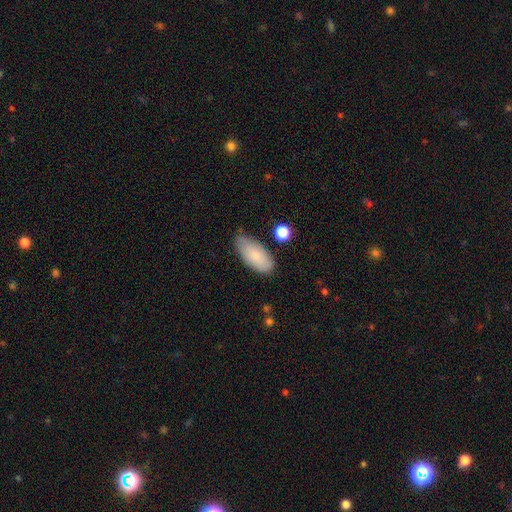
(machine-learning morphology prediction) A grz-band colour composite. It shows a smooth galaxy with no disk features (82%) that is in between round and cigar-shaped (89%). Merging: none (65%).